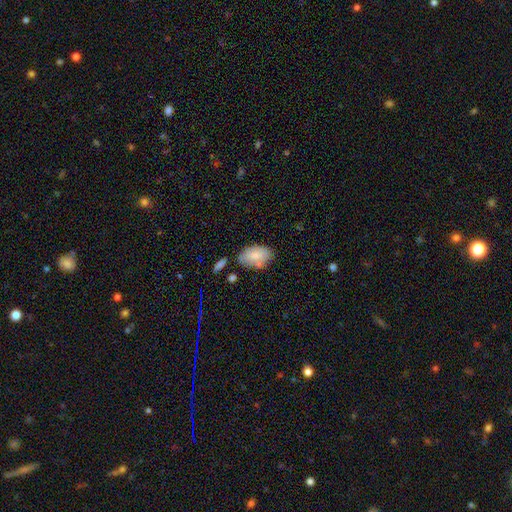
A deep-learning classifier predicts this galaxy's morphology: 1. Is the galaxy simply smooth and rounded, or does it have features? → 79% smooth, 14% featured or disk, 7% star or artifact.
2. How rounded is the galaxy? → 92% in between, 7% round, 2% cigar-shaped.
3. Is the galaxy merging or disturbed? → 64% none, 22% minor disturbance, 9% merger, 5% major disturbance.